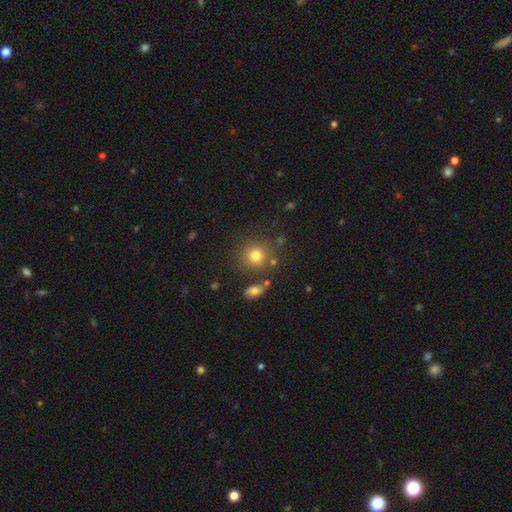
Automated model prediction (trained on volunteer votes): This is likely a smooth galaxy (78%). How rounded: clearly round (88%). Merging: likely none (79%).